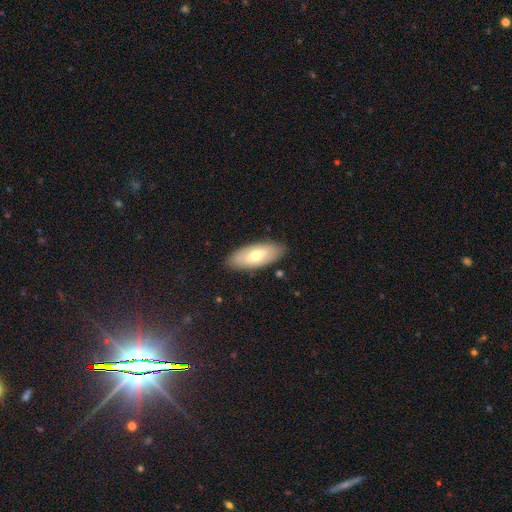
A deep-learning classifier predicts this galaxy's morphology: Smooth or featured? smooth (52%)
How rounded? in between (84%)
Merging? none (86%)